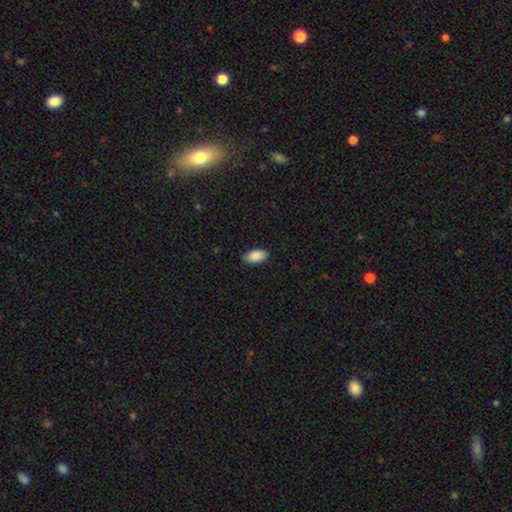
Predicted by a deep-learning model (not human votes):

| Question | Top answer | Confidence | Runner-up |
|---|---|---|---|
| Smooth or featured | smooth | 90% | star or artifact (6%) |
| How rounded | in between | 95% | cigar-shaped (3%) |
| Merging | none | 85% | minor disturbance (12%) |